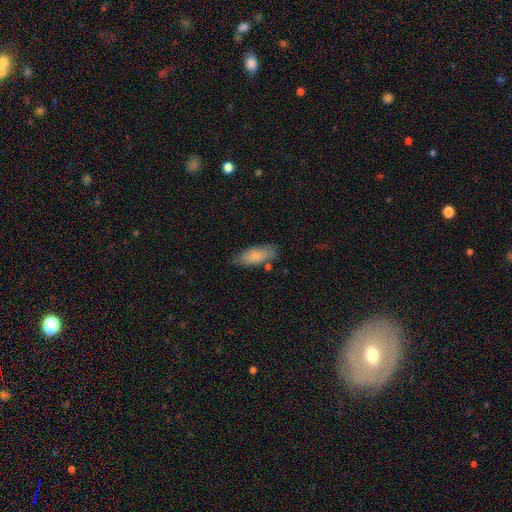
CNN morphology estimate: Smooth or featured?
  - smooth: 83% *
  - featured or disk: 11%
  - star or artifact: 6%
How rounded?
  - in between: 77% *
  - cigar-shaped: 21%
  - round: 2%
Merging?
  - none: 74% *
  - minor disturbance: 18%
  - merger: 4%
  - major disturbance: 4%